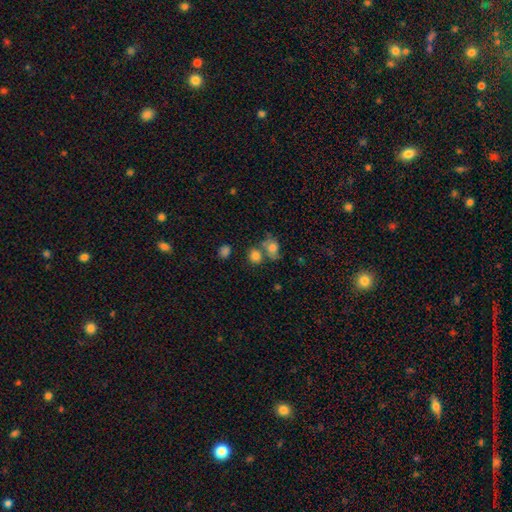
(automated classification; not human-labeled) smooth-or-featured: smooth: 78% | star or artifact: 12% | featured or disk: 9%
  how-rounded: round: 65% | in between: 33% | cigar-shaped: 1%
  merging: none: 49% | merger: 35% | minor disturbance: 11% | major disturbance: 5%